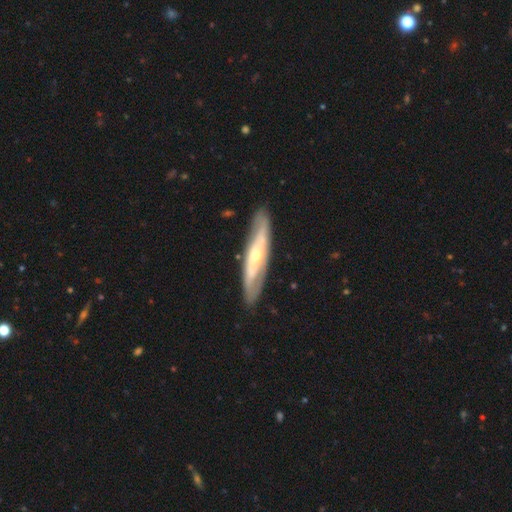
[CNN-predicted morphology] smooth_or_featured: featured or disk (p=0.67) [alt: smooth p=0.28]
disk_edge_on: no (p=0.54) [alt: yes p=0.46]
merging: none (p=0.84) [alt: minor disturbance p=0.11]